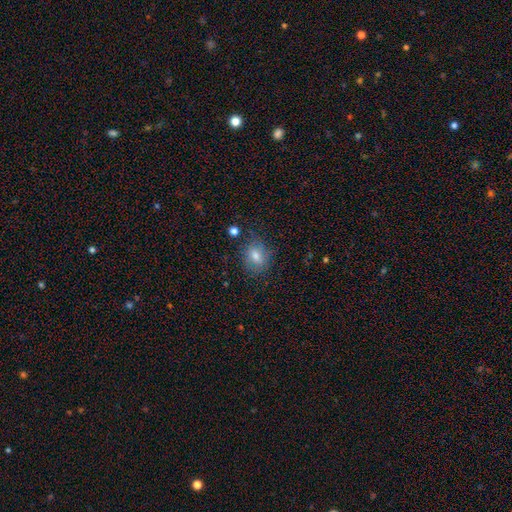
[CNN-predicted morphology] A smooth galaxy with no disk features (71%) that is round (52%). Merging: none (73%).